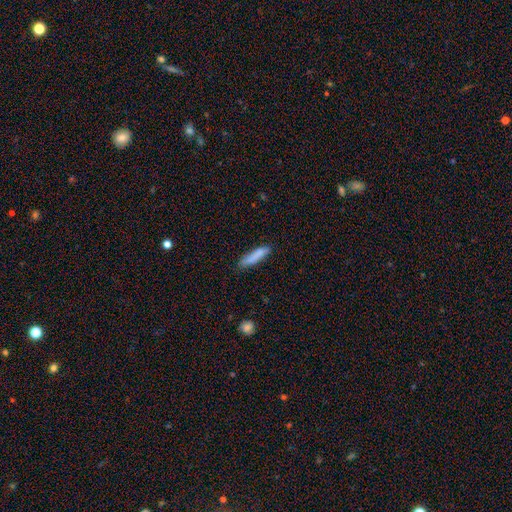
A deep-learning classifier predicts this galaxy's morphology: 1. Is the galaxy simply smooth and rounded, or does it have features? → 83% smooth, 11% featured or disk, 6% star or artifact.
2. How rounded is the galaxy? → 83% cigar-shaped, 15% in between, 1% round.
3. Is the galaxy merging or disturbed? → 78% none, 16% minor disturbance, 3% major disturbance, 2% merger.